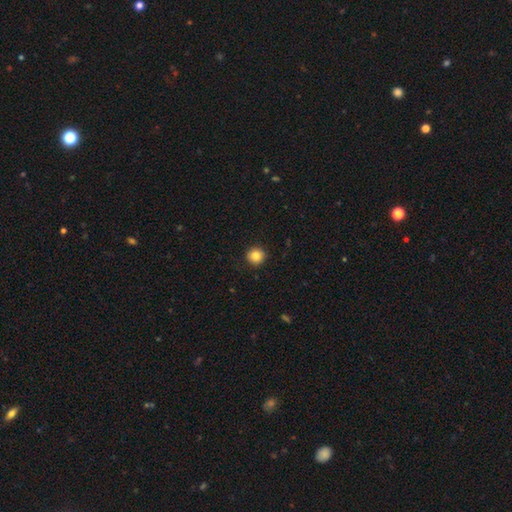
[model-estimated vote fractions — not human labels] A smooth galaxy with no disk features (85%) that is round (94%).

Vote fractions:
- Smooth or featured? smooth: 85% / star or artifact: 10% / featured or disk: 5%
- How rounded? round: 94% / in between: 5% / cigar-shaped: 1%
- Merging? none: 92% / minor disturbance: 5% / major disturbance: 2% / merger: 1%